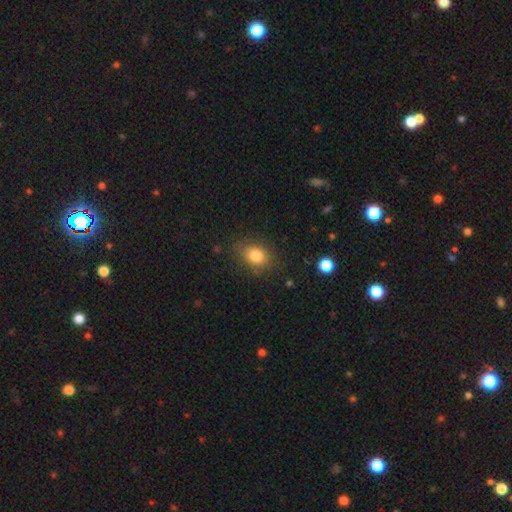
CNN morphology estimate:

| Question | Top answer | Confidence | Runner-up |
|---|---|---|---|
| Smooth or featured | smooth | 81% | star or artifact (10%) |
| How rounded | in between | 67% | round (32%) |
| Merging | none | 81% | minor disturbance (14%) |